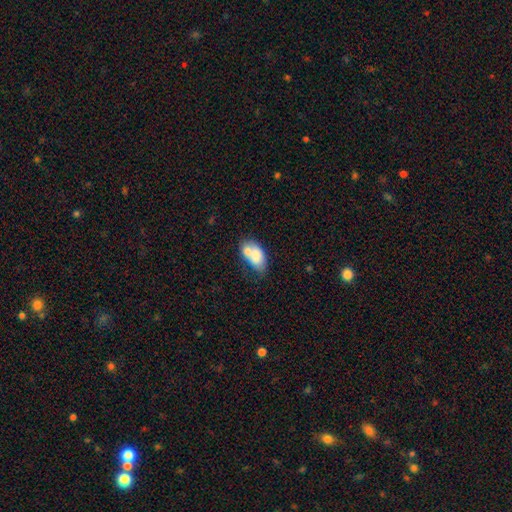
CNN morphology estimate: A smooth galaxy with no disk features (70%) that is in between round and cigar-shaped (90%). Merging: merger (45%).